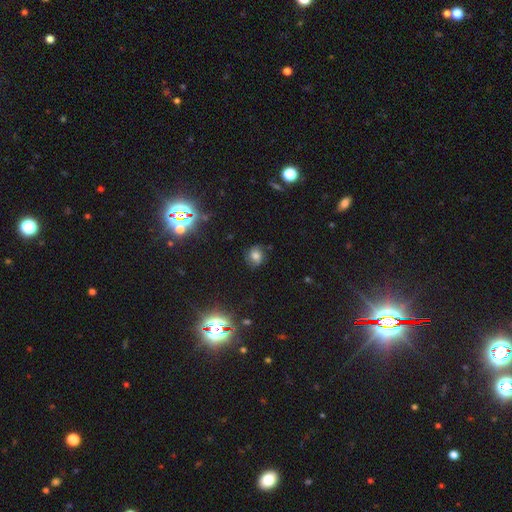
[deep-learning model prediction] A smooth galaxy with no disk features (52%) that is round (71%). Merging: none (78%).